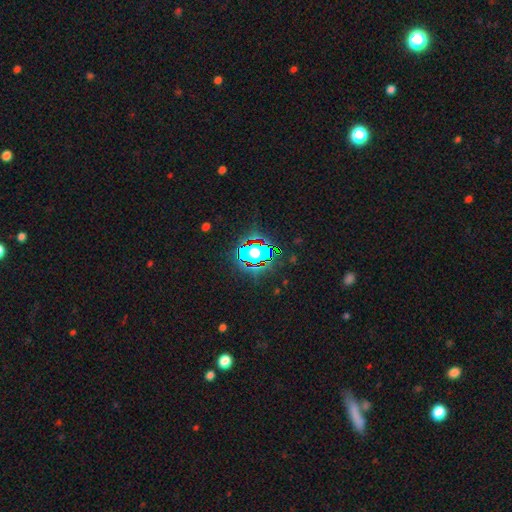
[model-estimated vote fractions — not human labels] Overall: star or artifact (55%; smooth 31%).